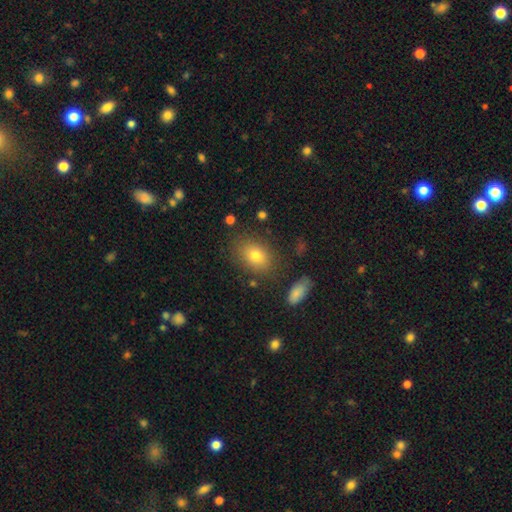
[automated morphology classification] smooth_or_featured: smooth (p=0.77) [alt: star or artifact p=0.12]
how_rounded: in between (p=0.74) [alt: round p=0.24]
merging: none (p=0.81) [alt: minor disturbance p=0.12]